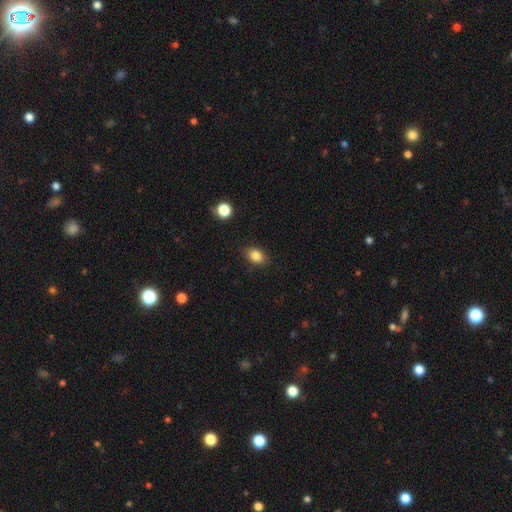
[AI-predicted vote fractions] Smooth or featured? Predicted: smooth (p=0.84). How rounded? Predicted: in between (p=0.62). Merging? Predicted: none (p=0.87).